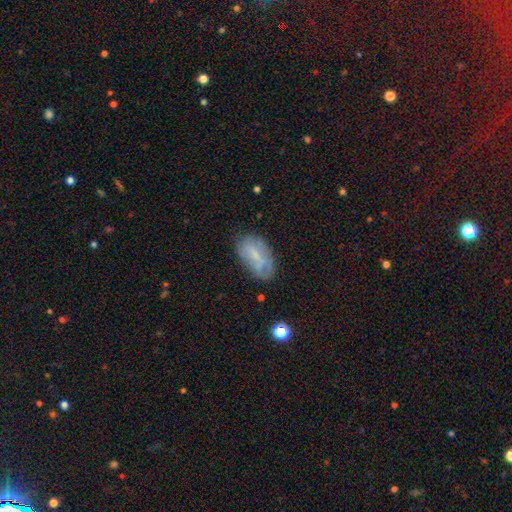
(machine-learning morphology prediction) Q: Smooth or featured?
A: smooth (50%); runner-up: featured or disk (41%)
Q: How rounded?
A: in between (92%); runner-up: cigar-shaped (4%)
Q: Merging?
A: none (62%); runner-up: minor disturbance (25%)